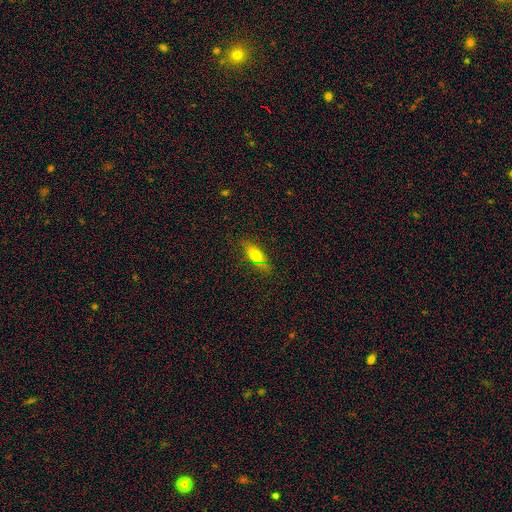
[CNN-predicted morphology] Q: Smooth or featured?
A: smooth (68%); runner-up: featured or disk (21%)
Q: How rounded?
A: in between (64%); runner-up: cigar-shaped (32%)
Q: Merging?
A: none (80%); runner-up: minor disturbance (15%)